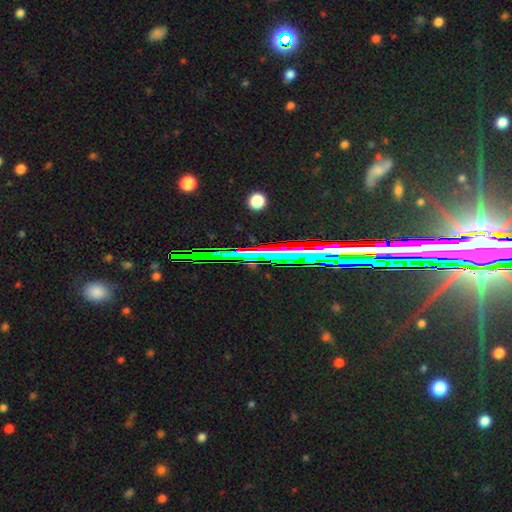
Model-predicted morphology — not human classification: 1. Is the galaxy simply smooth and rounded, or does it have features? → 62% star or artifact, 24% featured or disk, 14% smooth.